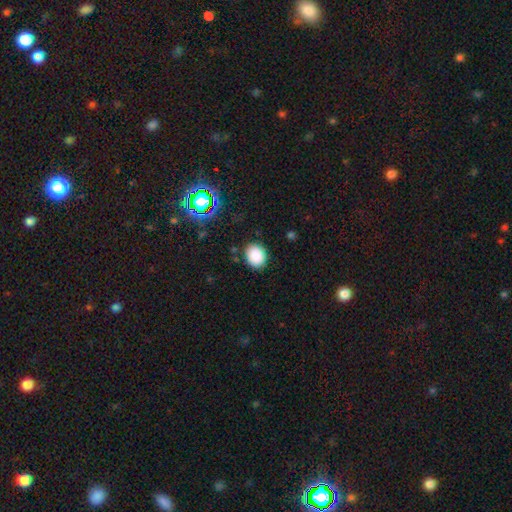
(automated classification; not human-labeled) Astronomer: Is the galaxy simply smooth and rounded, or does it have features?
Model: smooth — 87%.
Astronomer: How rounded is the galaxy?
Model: round — 62%.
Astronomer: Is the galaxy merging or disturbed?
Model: none — 86%.